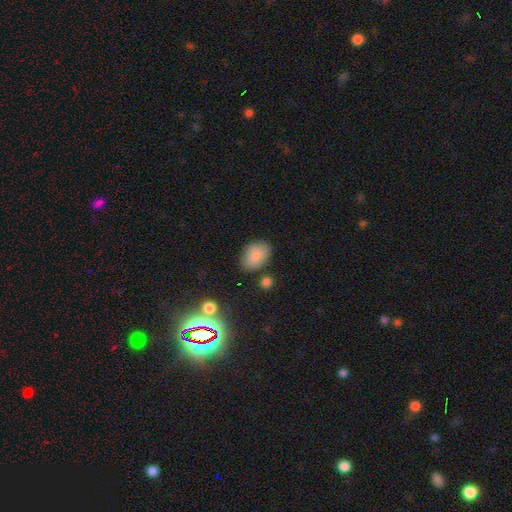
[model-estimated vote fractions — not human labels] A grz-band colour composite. It shows a smooth galaxy with no disk features (83%) that is in between round and cigar-shaped (85%). Merging: none (74%).